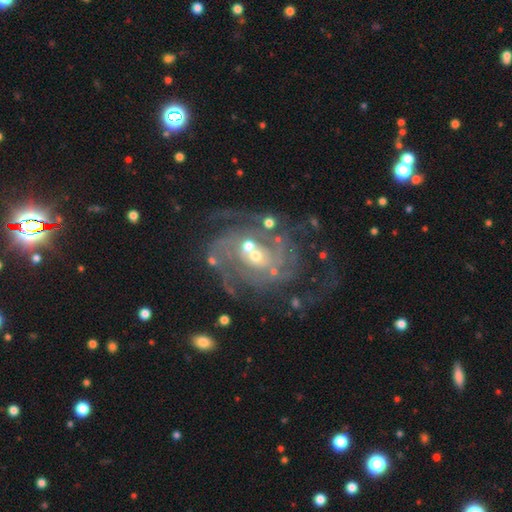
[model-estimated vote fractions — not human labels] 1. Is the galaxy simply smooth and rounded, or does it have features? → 88% featured or disk, 7% star or artifact, 4% smooth.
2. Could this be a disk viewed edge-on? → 98% no, 2% yes.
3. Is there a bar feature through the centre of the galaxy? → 56% no, 34% weak, 10% strong.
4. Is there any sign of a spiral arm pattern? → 96% yes, 4% no.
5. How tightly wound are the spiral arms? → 52% tight, 38% medium, 9% loose.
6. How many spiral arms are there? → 31% 2, 23% can't tell, 20% 3, 11% 4, 8% more than 4, 7% 1.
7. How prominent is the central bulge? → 63% small, 30% moderate, 4% none, 2% large, 1% dominant.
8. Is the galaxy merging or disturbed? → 59% none, 18% minor disturbance, 15% major disturbance, 9% merger.